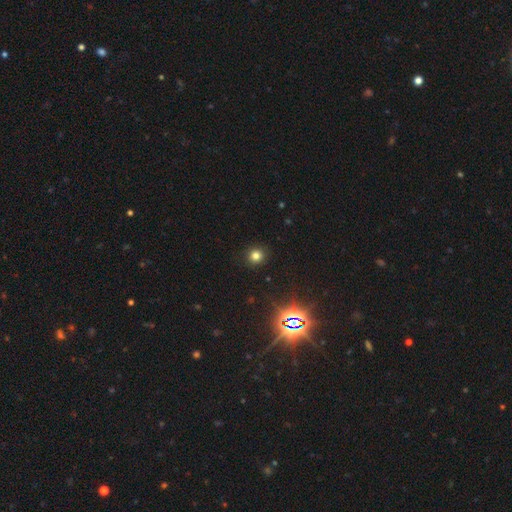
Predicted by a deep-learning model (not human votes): The model was most divided on "smooth or featured": smooth: 75%, star or artifact: 19%, featured or disk: 6%. More confident: how rounded — round (92%); merging — none (92%).